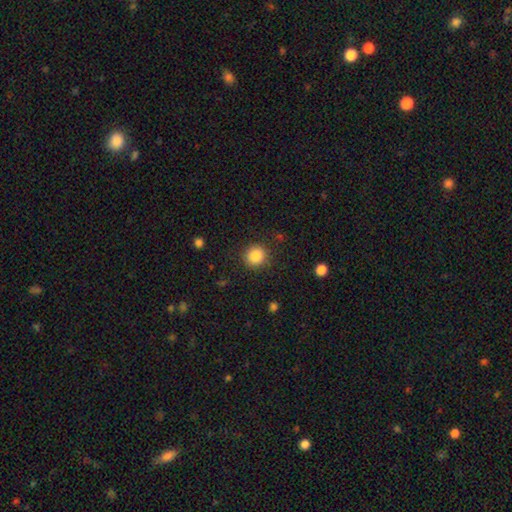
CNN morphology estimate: Smooth or featured?
  - smooth: 85% *
  - star or artifact: 10%
  - featured or disk: 5%
How rounded?
  - round: 89% *
  - in between: 10%
  - cigar-shaped: 1%
Merging?
  - none: 88% *
  - minor disturbance: 8%
  - major disturbance: 3%
  - merger: 1%